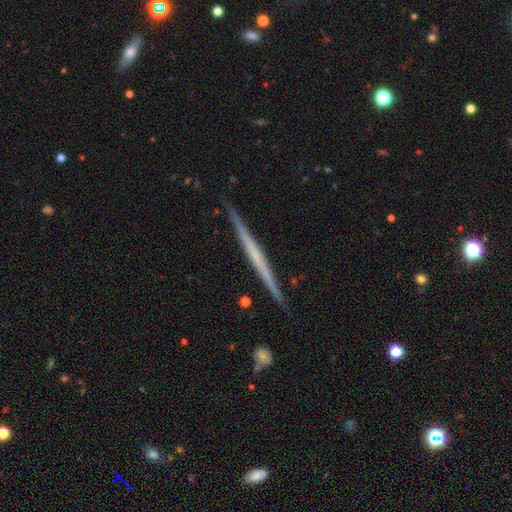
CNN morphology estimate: Smooth or featured: featured or disk — 67% (smooth — 28%)
Edge-on disk: yes — 98% (no — 2%)
Edge-on bulge: none — 81% (rounded — 13%)
Merging: none — 91% (minor disturbance — 7%)